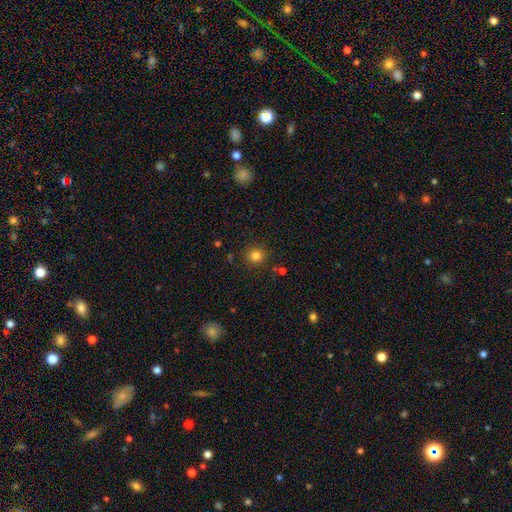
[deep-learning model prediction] A smooth galaxy with no disk features (81%) that is round (92%). Merging: none (88%).